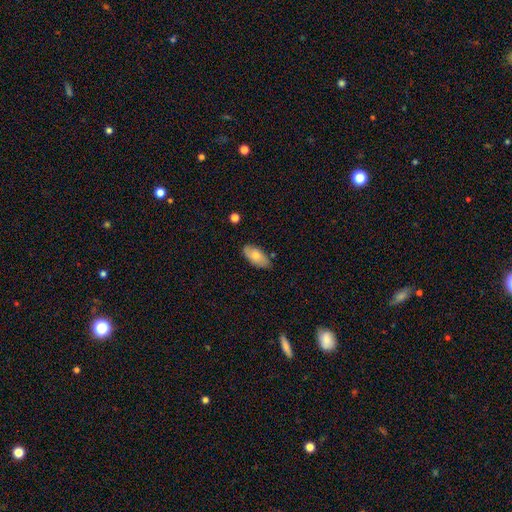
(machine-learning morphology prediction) This is likely a smooth galaxy (70%). How rounded: clearly in between (93%). Merging: likely none (79%).